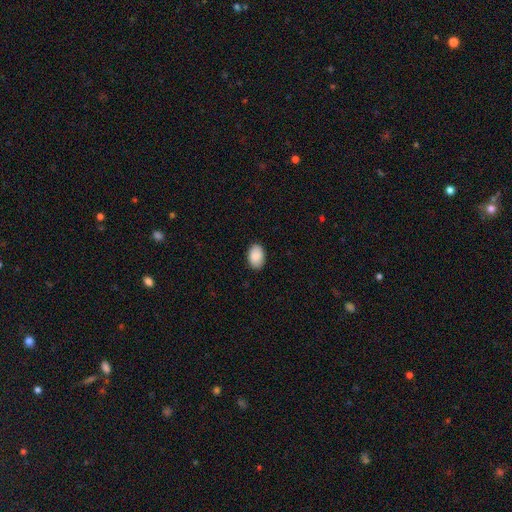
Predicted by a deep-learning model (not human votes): Q: Smooth or featured?
A: smooth (90%); runner-up: star or artifact (6%)
Q: How rounded?
A: in between (90%); runner-up: round (9%)
Q: Merging?
A: none (88%); runner-up: minor disturbance (9%)